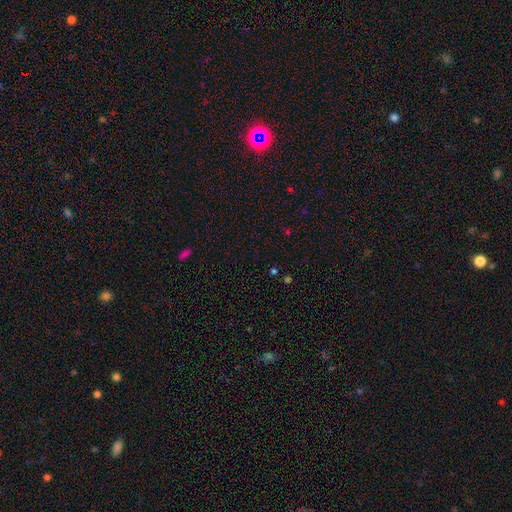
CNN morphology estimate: smooth_or_featured: star or artifact (p=0.58) [alt: smooth p=0.34]